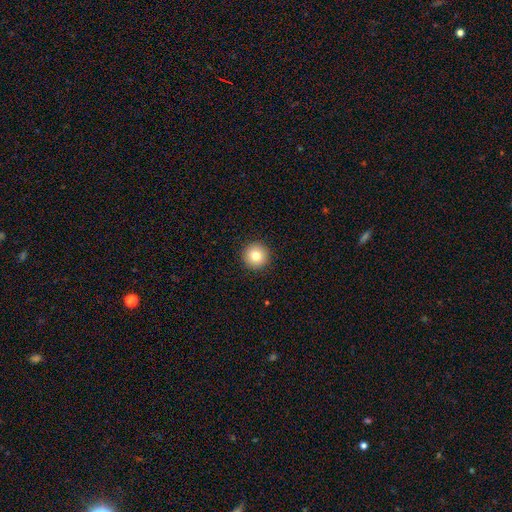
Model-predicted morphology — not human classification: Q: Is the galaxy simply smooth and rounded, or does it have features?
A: smooth — 79%.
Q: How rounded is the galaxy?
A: round — 96%.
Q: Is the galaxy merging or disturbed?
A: none — 93%.